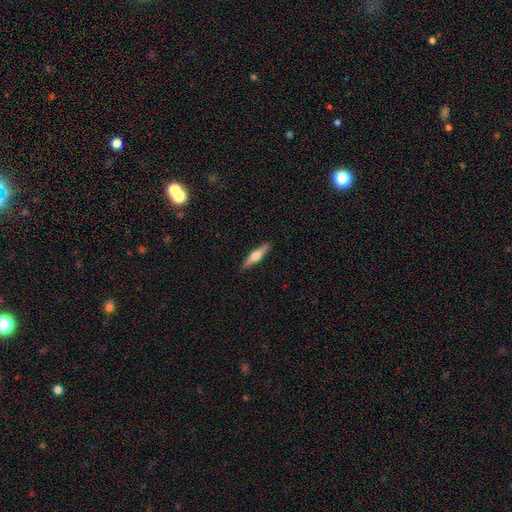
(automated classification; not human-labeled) This appears to be a featured or disk galaxy (53%) viewed edge-on (96%) with a rounded central bulge (93%). Merging: none (90%).